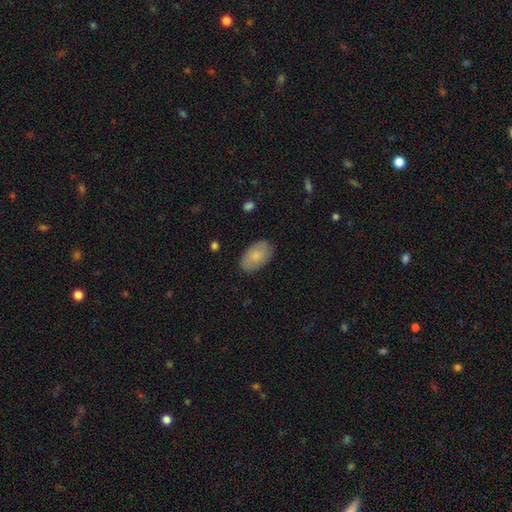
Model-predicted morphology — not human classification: smooth_or_featured: smooth (p=0.81) [alt: featured or disk p=0.13]
how_rounded: in between (p=0.94) [alt: round p=0.05]
merging: none (p=0.85) [alt: minor disturbance p=0.12]